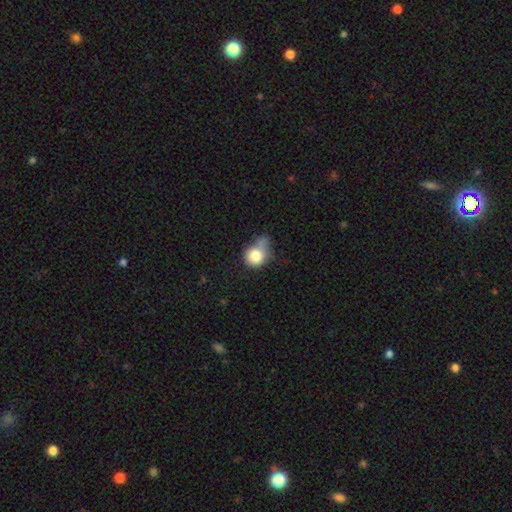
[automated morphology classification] type=smooth (79%); roundness=round (74%); merging=minor disturbance (31%).